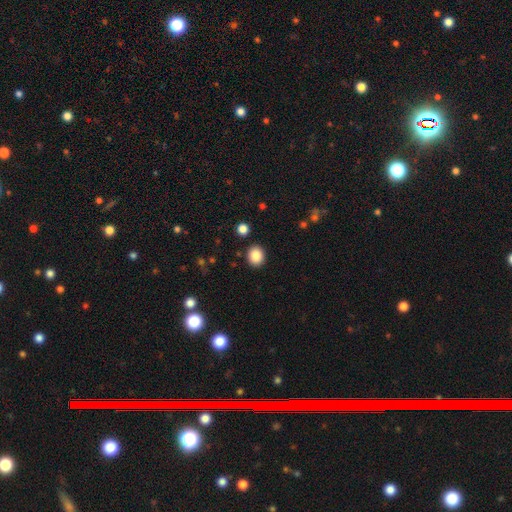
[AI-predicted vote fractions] A smooth galaxy with no disk features (87%) that is round (64%). Merging: none (89%).